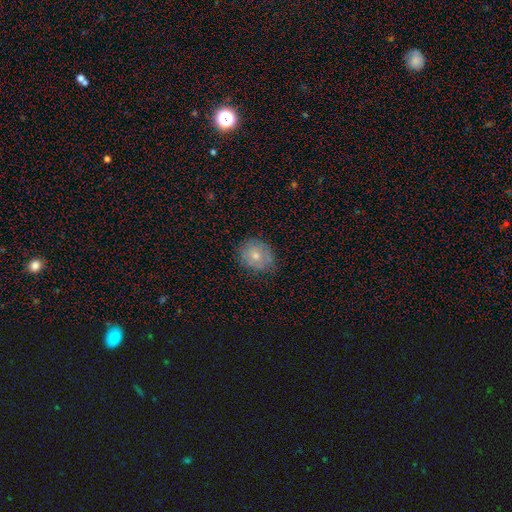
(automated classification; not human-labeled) A smooth galaxy with no disk features (70%) that is round (68%). Merging: none (74%).